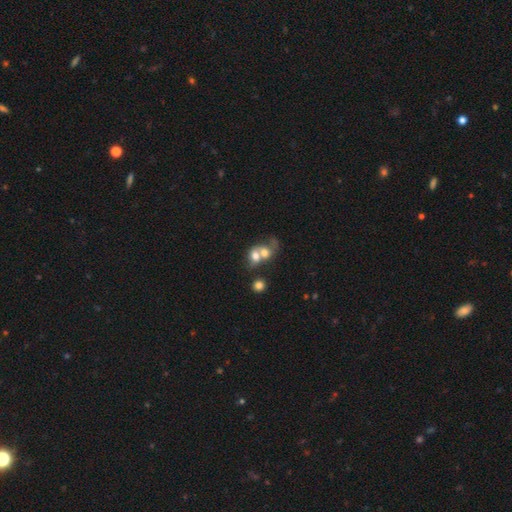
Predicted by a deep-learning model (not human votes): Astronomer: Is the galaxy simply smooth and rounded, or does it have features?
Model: smooth — 63%.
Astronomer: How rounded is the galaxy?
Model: round — 57% (runner-up: in between, 42%).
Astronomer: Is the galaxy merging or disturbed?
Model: merger — 73%.